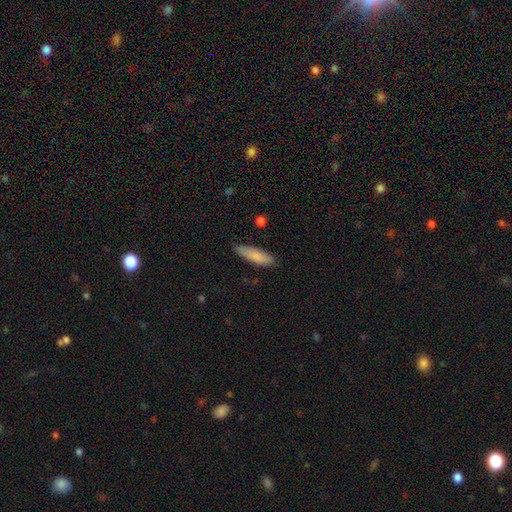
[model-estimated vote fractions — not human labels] The model was most divided on "how rounded": cigar-shaped: 61%, in between: 38%, round: 2%. More confident: merging — none (84%); smooth or featured — smooth (82%).